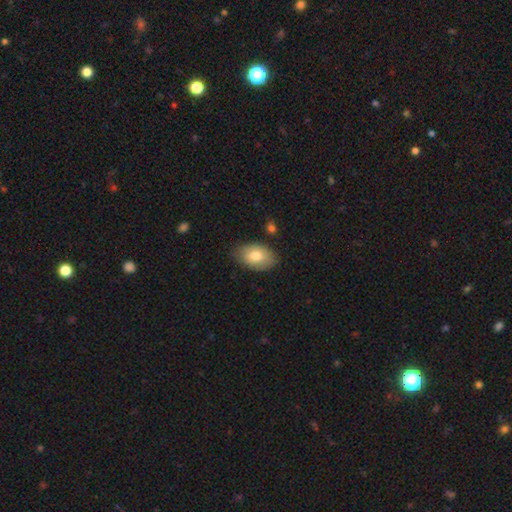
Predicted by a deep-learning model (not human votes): A smooth galaxy with no disk features (79%) that is in between round and cigar-shaped (92%). Merging: none (78%).